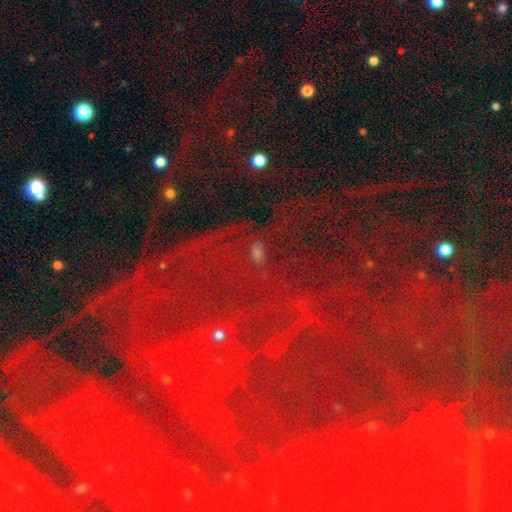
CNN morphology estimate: smooth-or-featured: star or artifact: 80% | featured or disk: 10% | smooth: 10%